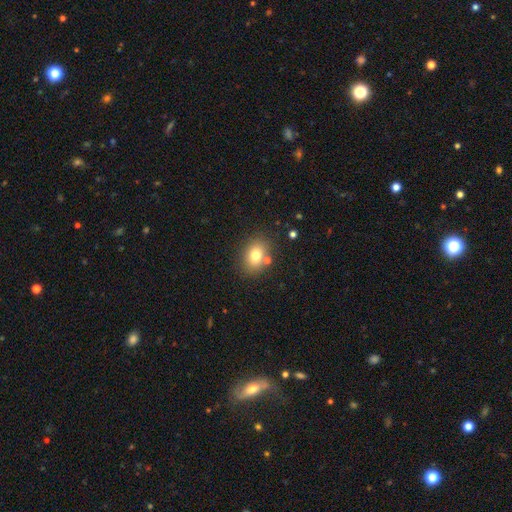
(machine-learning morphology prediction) smooth-or-featured: smooth: 76% | featured or disk: 13% | star or artifact: 12%
  how-rounded: in between: 64% | round: 35% | cigar-shaped: 1%
  merging: none: 76% | minor disturbance: 11% | merger: 9% | major disturbance: 3%